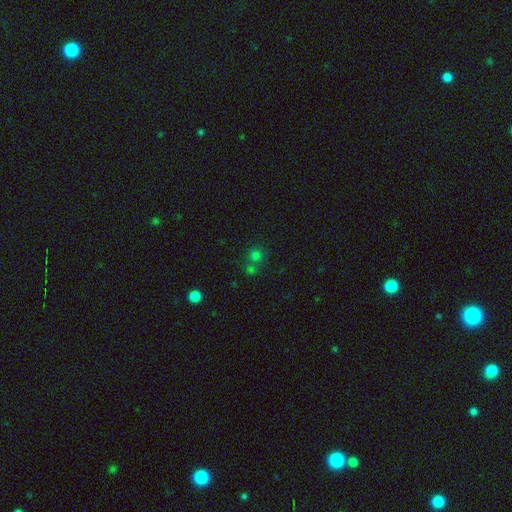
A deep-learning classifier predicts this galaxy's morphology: smooth_or_featured: smooth (p=0.69) [alt: star or artifact p=0.23]
how_rounded: round (p=0.84) [alt: in between p=0.15]
merging: none (p=0.49) [alt: merger p=0.39]